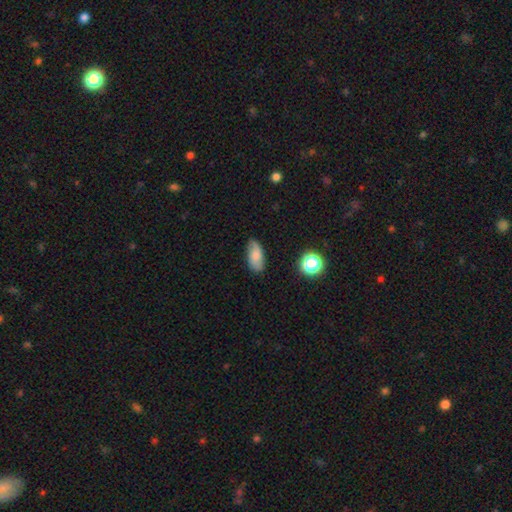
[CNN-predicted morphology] This appears to be a smooth galaxy with no disk features (74%) that is in between round and cigar-shaped (91%). Merging: none (77%).